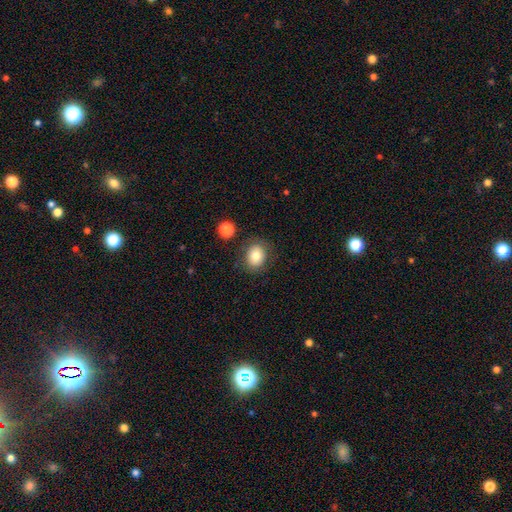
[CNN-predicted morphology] This appears to be a smooth galaxy with no disk features (80%) that is round (58%). Merging: none (82%).